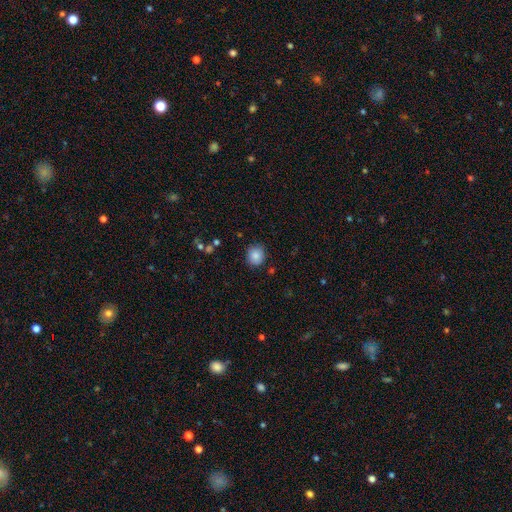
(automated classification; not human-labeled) A smooth galaxy with no disk features (85%) that is round (80%).

Vote fractions:
- Smooth or featured? smooth: 85% / star or artifact: 9% / featured or disk: 6%
- How rounded? round: 80% / in between: 19% / cigar-shaped: 1%
- Merging? none: 84% / minor disturbance: 12% / major disturbance: 3% / merger: 2%